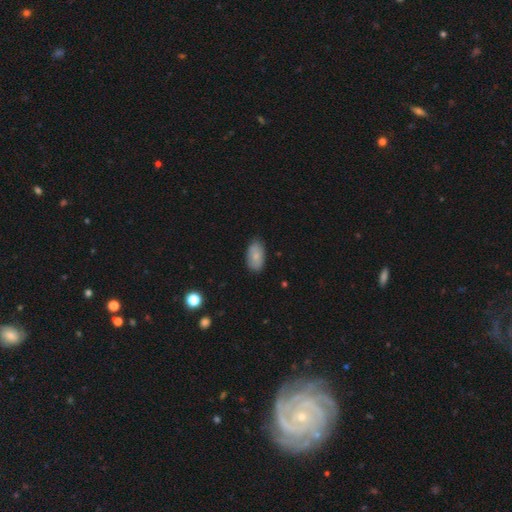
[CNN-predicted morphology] A smooth galaxy with no disk features (75%) that is in between round and cigar-shaped (93%). Merging: none (78%).